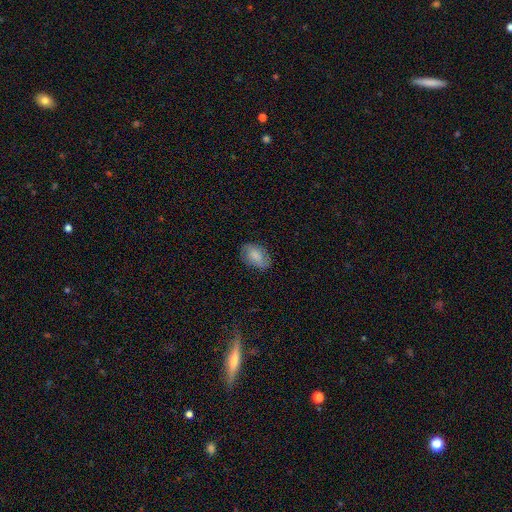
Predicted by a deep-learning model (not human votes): A smooth galaxy with no disk features (76%) that is in between round and cigar-shaped (88%). Merging: none (76%).